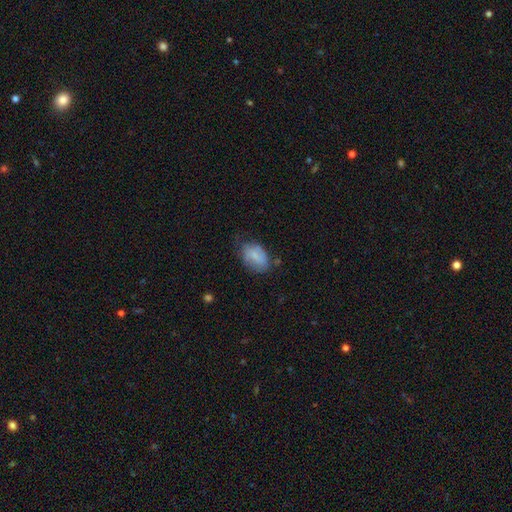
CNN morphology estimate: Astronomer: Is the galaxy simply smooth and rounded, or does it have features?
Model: smooth — 73%.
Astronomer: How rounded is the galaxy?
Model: in between — 85%.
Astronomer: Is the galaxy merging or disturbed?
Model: none — 50% (runner-up: minor disturbance, 34%).